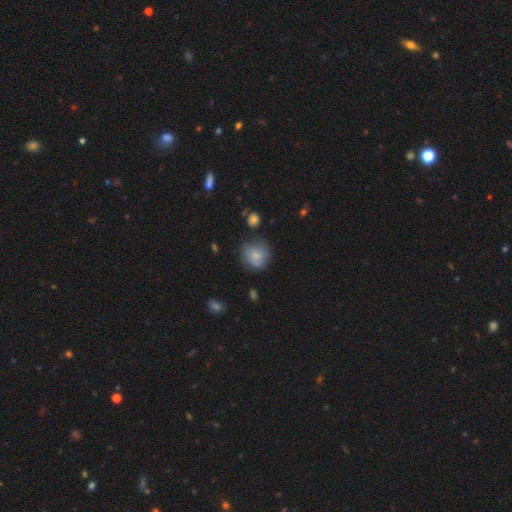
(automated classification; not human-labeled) Smooth or featured? smooth (73%)
How rounded? round (79%)
Merging? none (59%)